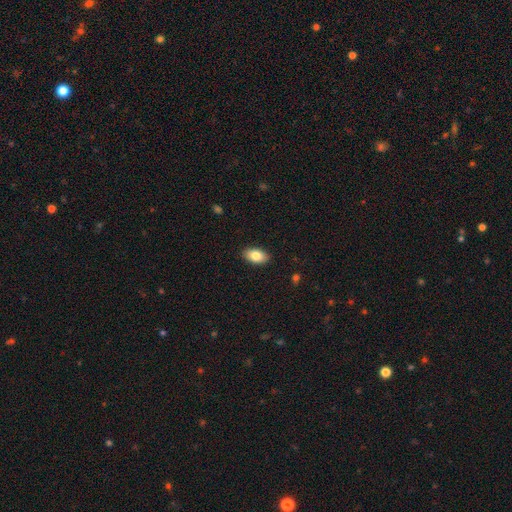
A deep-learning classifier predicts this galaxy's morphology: A smooth galaxy with no disk features (84%) that is in between round and cigar-shaped (93%). Merging: none (89%).